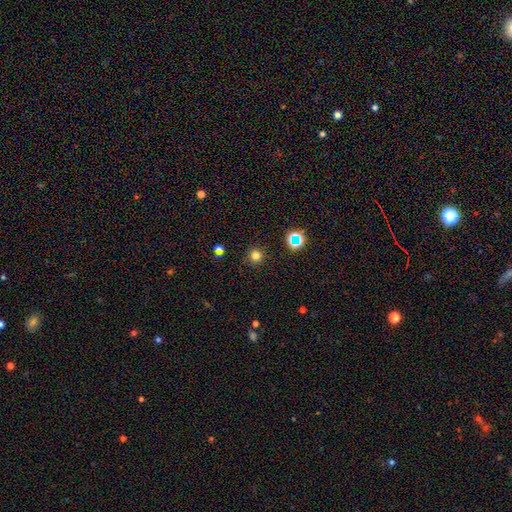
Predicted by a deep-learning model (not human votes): Smooth or featured? smooth (76%)
How rounded? round (94%)
Merging? none (90%)